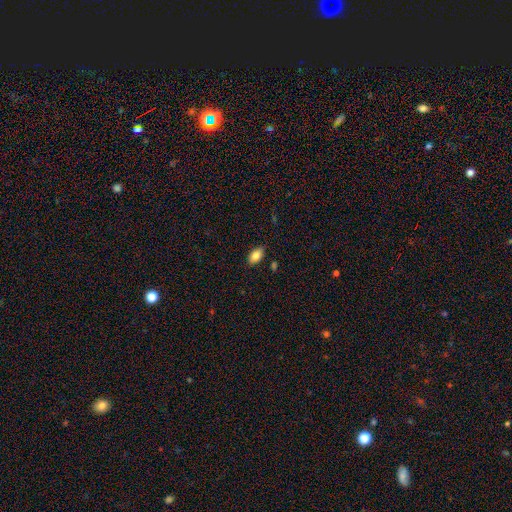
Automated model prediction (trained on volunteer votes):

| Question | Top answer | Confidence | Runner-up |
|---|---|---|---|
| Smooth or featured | smooth | 83% | featured or disk (10%) |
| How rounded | in between | 92% | round (5%) |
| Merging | none | 86% | minor disturbance (10%) |